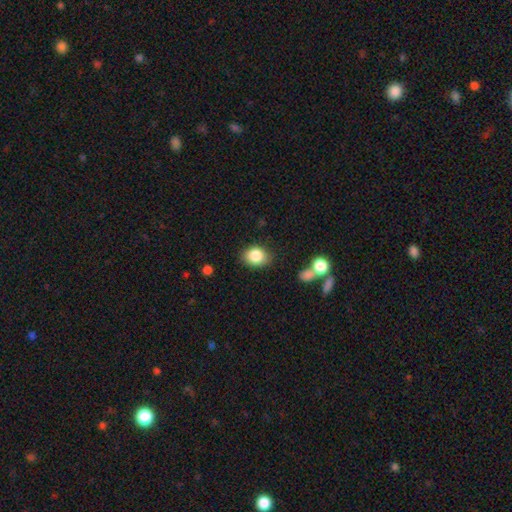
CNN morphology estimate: The model was most divided on "how rounded": in between: 58%, round: 41%, cigar-shaped: 1%. More confident: smooth or featured — smooth (85%); merging — none (79%).